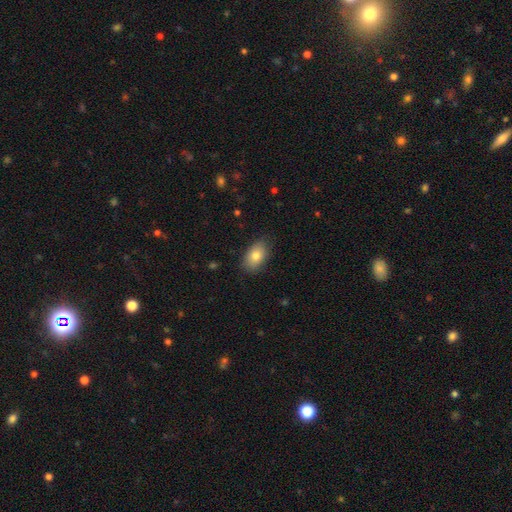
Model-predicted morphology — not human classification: A smooth galaxy with no disk features (80%) that is in between round and cigar-shaped (90%). Merging: none (83%).